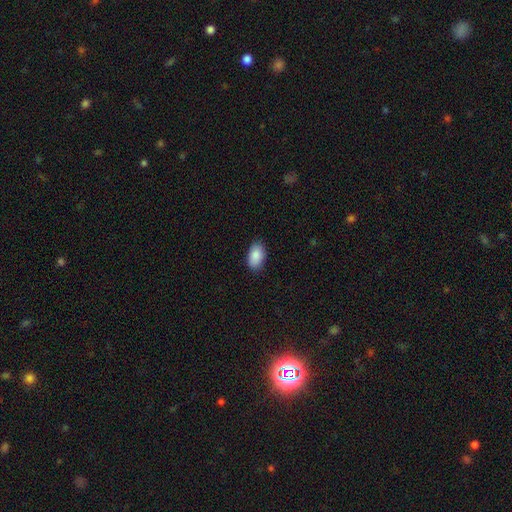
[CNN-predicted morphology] smooth_or_featured: smooth (p=0.89) [alt: star or artifact p=0.07]
how_rounded: in between (p=0.93) [alt: round p=0.05]
merging: none (p=0.85) [alt: minor disturbance p=0.12]